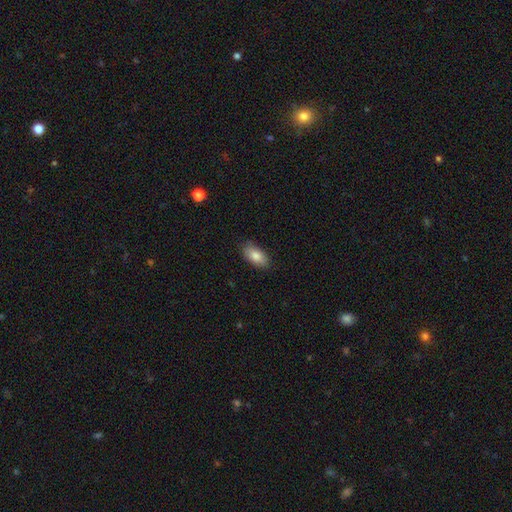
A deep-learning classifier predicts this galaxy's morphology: A smooth galaxy with no disk features (85%) that is in between round and cigar-shaped (91%).

Vote fractions:
- Smooth or featured? smooth: 85% / featured or disk: 8% / star or artifact: 7%
- How rounded? in between: 91% / cigar-shaped: 6% / round: 3%
- Merging? none: 84% / minor disturbance: 13% / major disturbance: 2% / merger: 1%